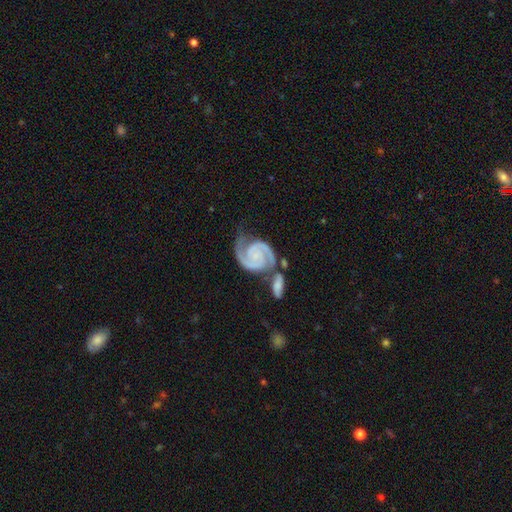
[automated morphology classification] smooth_or_featured: featured or disk (p=0.91) [alt: star or artifact p=0.04]
disk_edge_on: no (p=0.98) [alt: yes p=0.02]
bar: no (p=0.64) [alt: weak p=0.26]
has_spiral_arms: yes (p=0.98) [alt: no p=0.02]
spiral_winding: tight (p=0.50) [alt: medium p=0.42]
spiral_arm_count: 2 (p=0.93) [alt: 3 p=0.02]
bulge_size: none (p=0.48) [alt: small p=0.38]
merging: none (p=0.50) [alt: merger p=0.26]